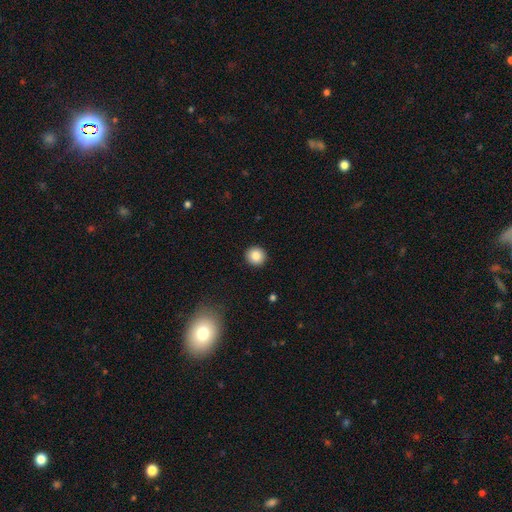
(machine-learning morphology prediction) A smooth galaxy with no disk features (85%) that is round (94%).

Vote fractions:
- Smooth or featured? smooth: 85% / star or artifact: 9% / featured or disk: 5%
- How rounded? round: 94% / in between: 5% / cigar-shaped: 1%
- Merging? none: 93% / minor disturbance: 5% / major disturbance: 2% / merger: 1%